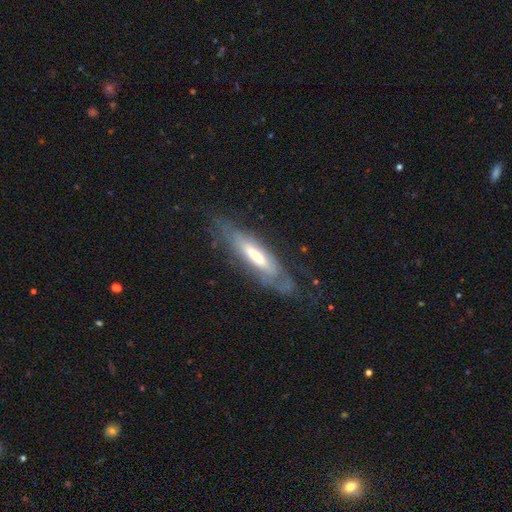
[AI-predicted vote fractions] A featured or disk galaxy (61%) with not edge-on (50%, tied with yes). Merging: none (64%).